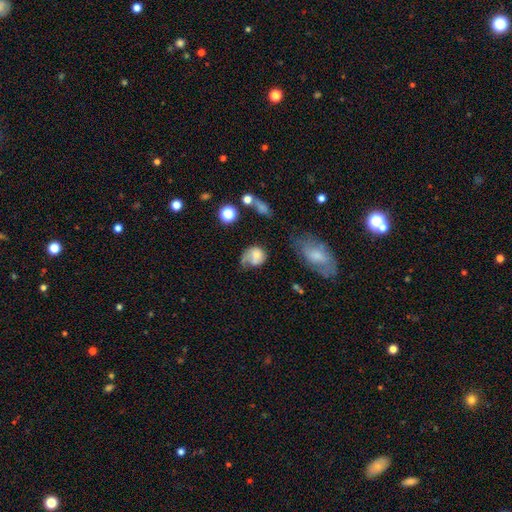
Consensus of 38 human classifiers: A featured or disk galaxy (47%) with no bar (83%), no spiral arms (67%) and a small central bulge (50%).

Vote fractions:
- Smooth or featured? featured or disk: 47% / smooth: 42% / star or artifact: 11%
- Edge-on disk? no: 100% / yes: 0%
- Bar? no: 83% / weak: 17% / strong: 0%
- Spiral arms? no: 67% / yes: 33%
- Bulge size? small: 50% / moderate: 28% / dominant: 11% / large: 11% / none: 0%
- Merging? minor disturbance: 29% (tied) / major disturbance: 29% (tied) / none: 26% / merger: 15%